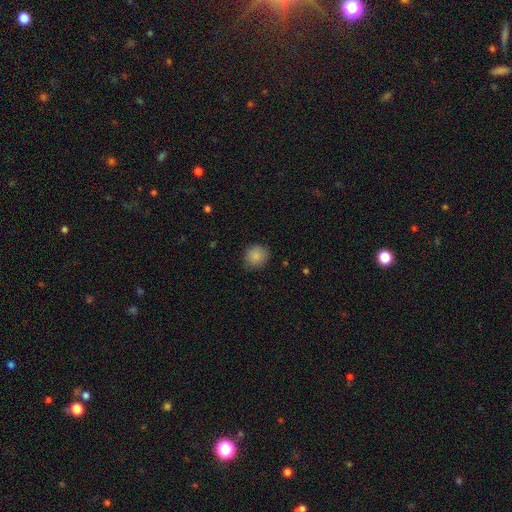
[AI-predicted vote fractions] smooth-or-featured: smooth: 87% | star or artifact: 9% | featured or disk: 4%
  how-rounded: round: 87% | in between: 12% | cigar-shaped: 1%
  merging: none: 85% | minor disturbance: 12% | major disturbance: 3% | merger: 1%